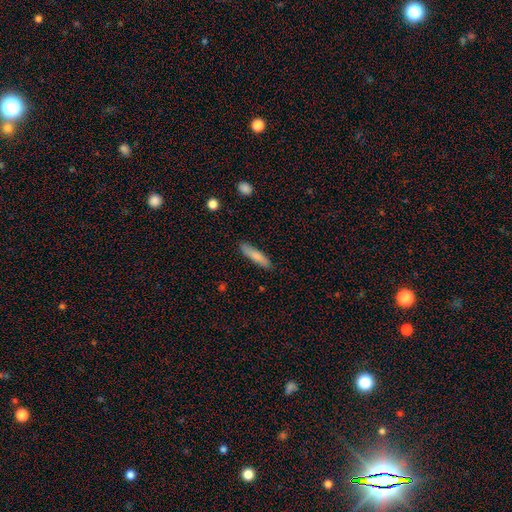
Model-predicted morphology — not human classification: This is likely a smooth galaxy (80%). How rounded: clearly cigar-shaped (82%). Merging: clearly none (87%).